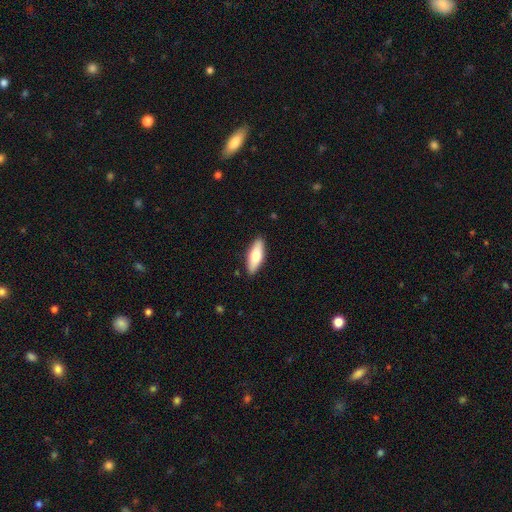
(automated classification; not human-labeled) Smooth or featured? Predicted: smooth (p=0.72). How rounded? Predicted: in between (p=0.63). Merging? Predicted: none (p=0.89).